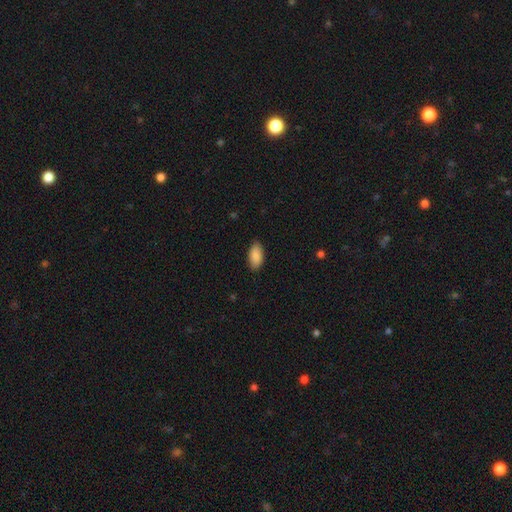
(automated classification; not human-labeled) Smooth or featured: smooth — 90% (star or artifact — 6%)
How rounded: in between — 93% (cigar-shaped — 5%)
Merging: none — 88% (minor disturbance — 9%)